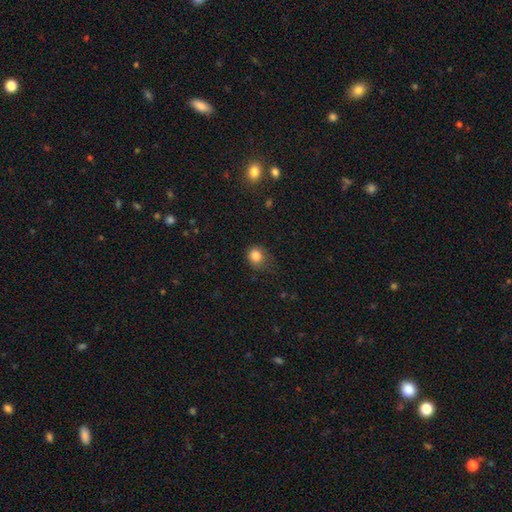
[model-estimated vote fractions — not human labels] Smooth or featured: smooth — 83% (star or artifact — 12%)
How rounded: round — 80% (in between — 19%)
Merging: none — 68% (minor disturbance — 24%)